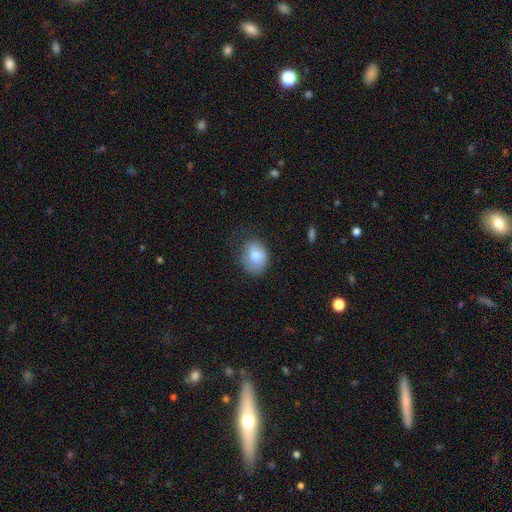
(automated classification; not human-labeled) The model was most divided on "merging": none: 54%, minor disturbance: 30%, major disturbance: 14%, merger: 2%. More confident: smooth or featured — smooth (81%); how rounded — in between (63%).